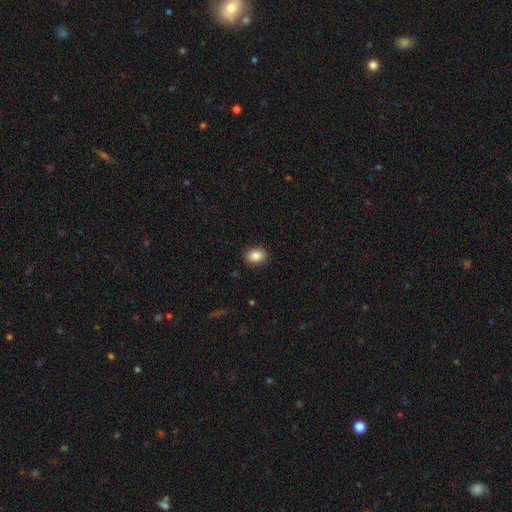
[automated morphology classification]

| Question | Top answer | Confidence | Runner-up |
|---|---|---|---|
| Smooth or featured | smooth | 86% | star or artifact (9%) |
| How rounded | in between | 63% | round (36%) |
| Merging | none | 89% | minor disturbance (8%) |